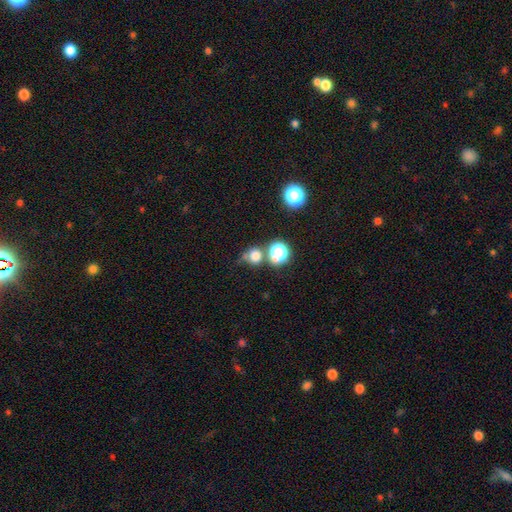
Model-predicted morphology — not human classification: A smooth galaxy with no disk features (71%) that is round (84%). Merging: none (52%).